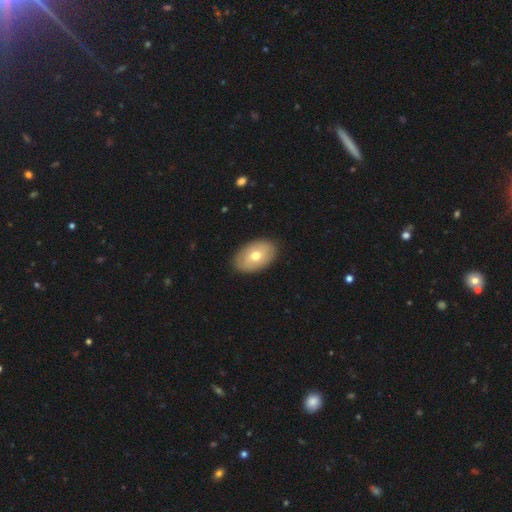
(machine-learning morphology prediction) This appears to be a smooth galaxy with no disk features (63%) that is in between round and cigar-shaped (90%). Merging: none (88%).